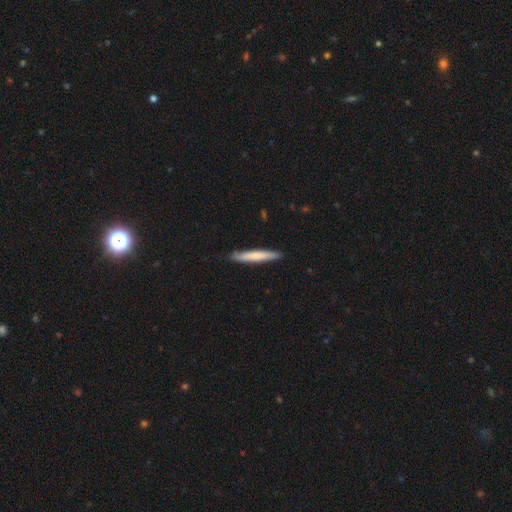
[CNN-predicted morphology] type=smooth (64%); roundness=cigar-shaped (94%); merging=none (87%).